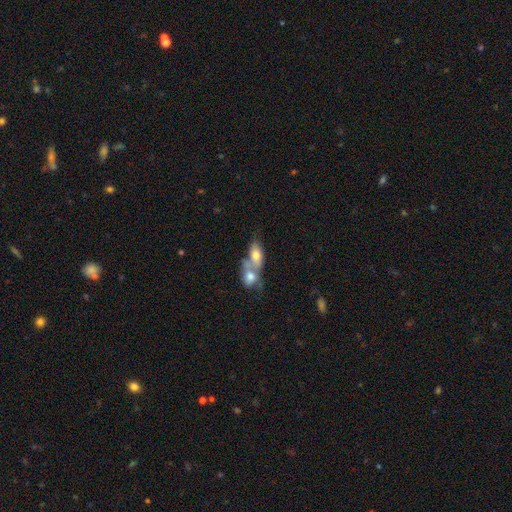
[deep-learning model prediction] Q: Smooth or featured?
A: smooth (70%); runner-up: featured or disk (22%)
Q: How rounded?
A: in between (82%); runner-up: round (12%)
Q: Merging?
A: merger (73%); runner-up: none (17%)